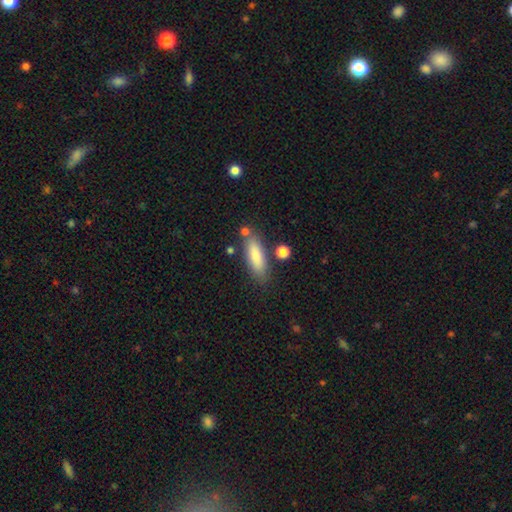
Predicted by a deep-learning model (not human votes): The model was most divided on "how rounded": in between: 52%, cigar-shaped: 45%, round: 2%. More confident: smooth or featured — smooth (81%); merging — none (76%).